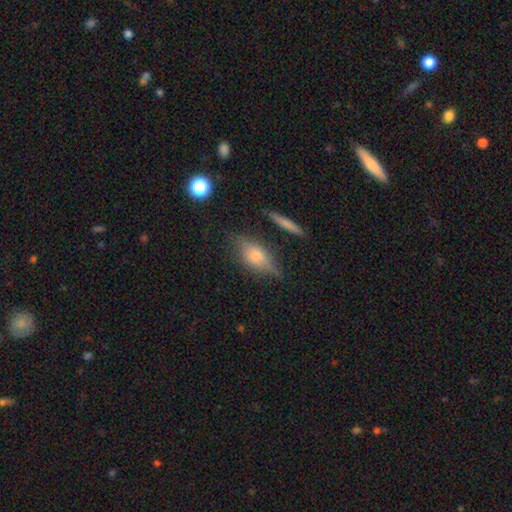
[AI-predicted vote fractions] Smooth or featured? Predicted: smooth (p=0.48). Merging? Predicted: none (p=0.75).